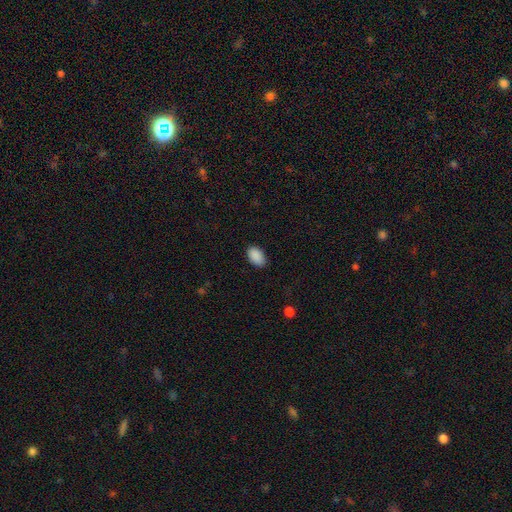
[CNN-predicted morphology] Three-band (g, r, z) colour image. It shows a smooth galaxy with no disk features (90%) that is in between round and cigar-shaped (92%). Merging: none (86%).